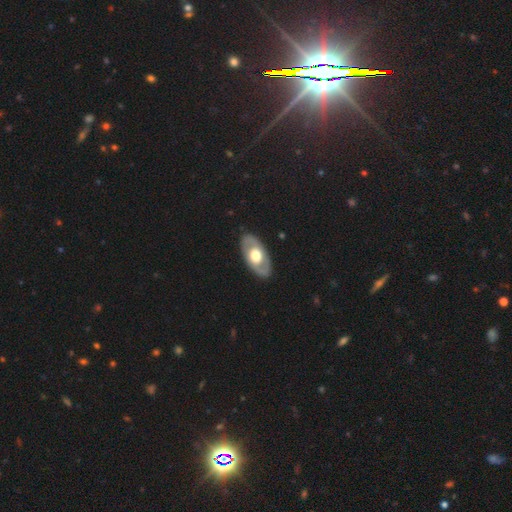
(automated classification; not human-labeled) Smooth or featured? featured or disk (62%)
Edge-on disk? no (87%)
Bar? no (83%)
Spiral arms? no (69%)
Bulge size? moderate (50%)
Merging? none (86%)